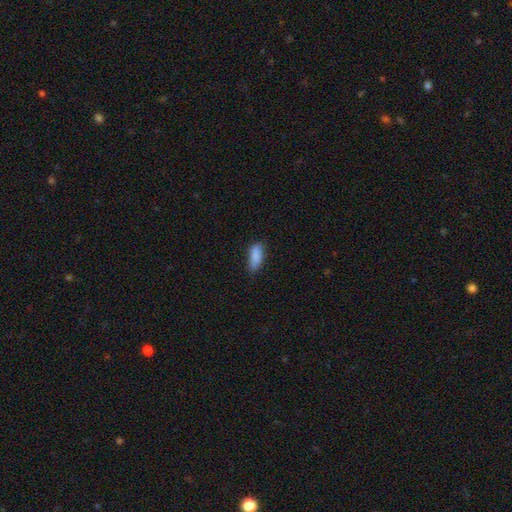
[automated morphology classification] The model was most divided on "merging": none: 67%, minor disturbance: 27%, major disturbance: 5%, merger: 2%. More confident: smooth or featured — smooth (87%); how rounded — in between (78%).